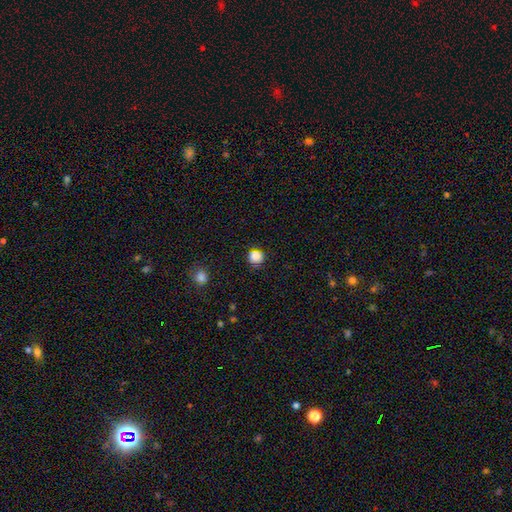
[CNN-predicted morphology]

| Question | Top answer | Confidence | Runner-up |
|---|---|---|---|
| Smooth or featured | smooth | 84% | star or artifact (12%) |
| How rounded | round | 89% | in between (10%) |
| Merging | none | 83% | minor disturbance (11%) |